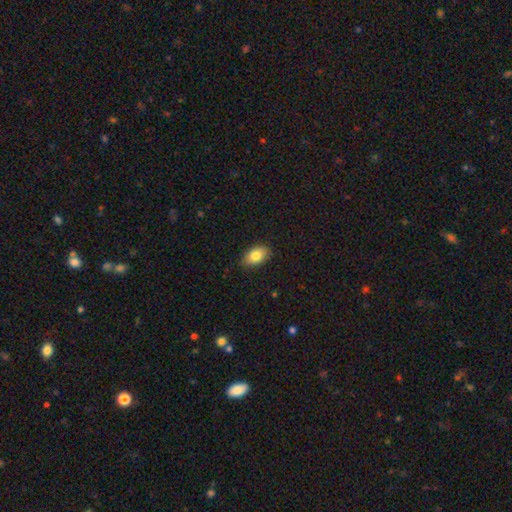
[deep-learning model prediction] Q: Smooth or featured?
A: smooth (83%); runner-up: featured or disk (10%)
Q: How rounded?
A: in between (90%); runner-up: round (8%)
Q: Merging?
A: none (86%); runner-up: minor disturbance (11%)